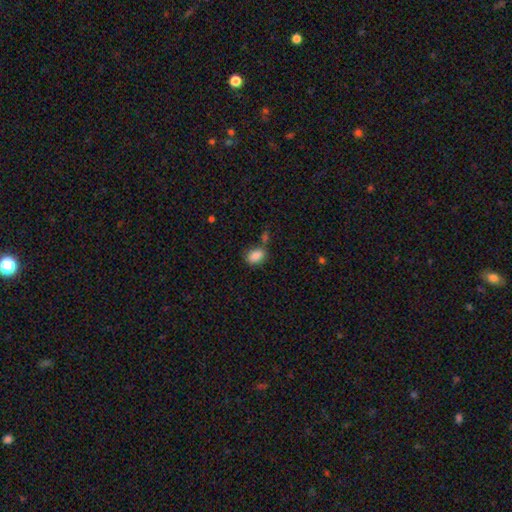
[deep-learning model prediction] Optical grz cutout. It shows a smooth galaxy with no disk features (86%) that is in between round and cigar-shaped (82%). Merging: none (65%).